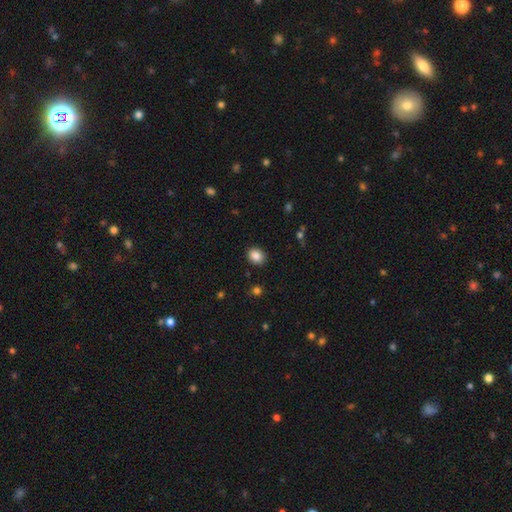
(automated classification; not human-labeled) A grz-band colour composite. It shows a smooth galaxy with no disk features (87%) that is round (54%). Merging: none (90%).